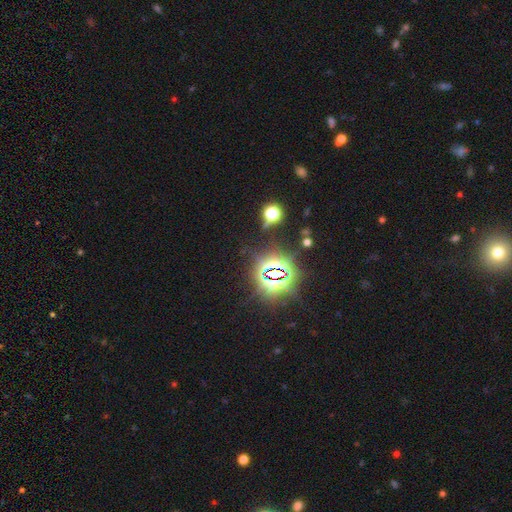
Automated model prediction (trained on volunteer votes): This appears to be a star or artifact, not a galaxy (82%).